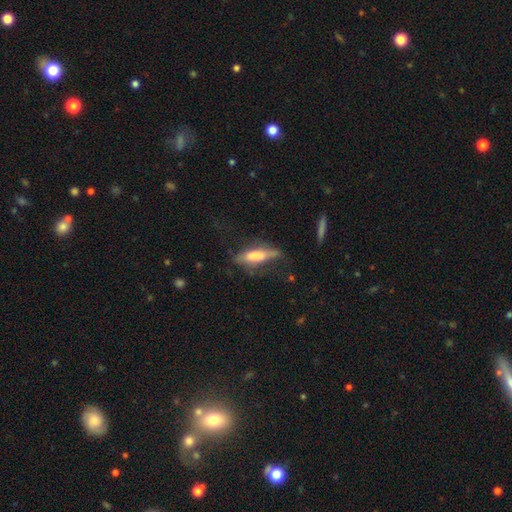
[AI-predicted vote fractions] A smooth galaxy with no disk features (58%) that is cigar-shaped (52%).

Vote fractions:
- Smooth or featured? smooth: 58% / featured or disk: 33% / star or artifact: 8%
- How rounded? cigar-shaped: 52% / in between: 46% / round: 2%
- Merging? none: 48% / minor disturbance: 28% / major disturbance: 20% / merger: 3%